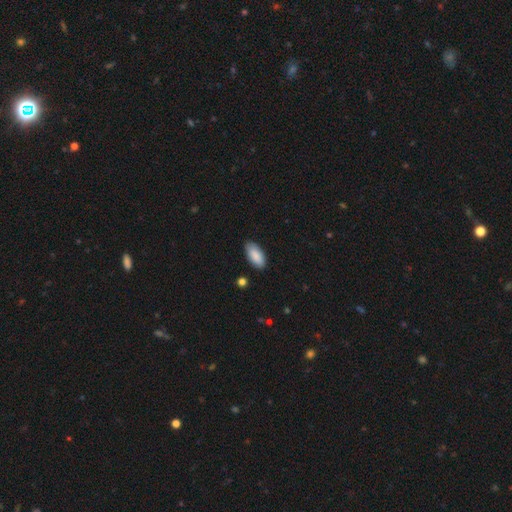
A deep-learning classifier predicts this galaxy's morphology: Smooth or featured? Predicted: smooth (p=0.88). How rounded? Predicted: in between (p=0.92). Merging? Predicted: none (p=0.84).